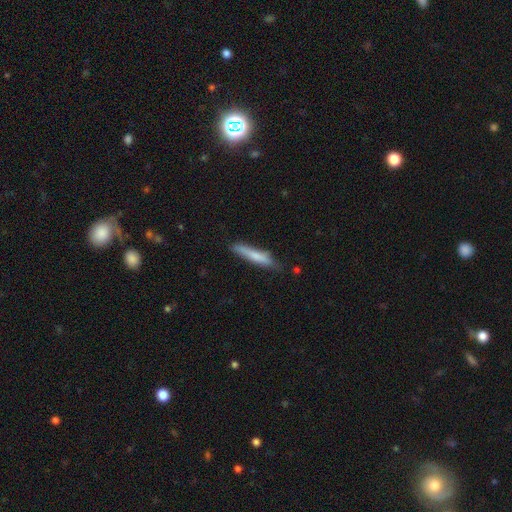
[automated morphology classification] smooth 71%, featured or disk 24%, star or artifact 6%. Down the decision tree: how rounded — cigar-shaped (91%); merging — none (74%).